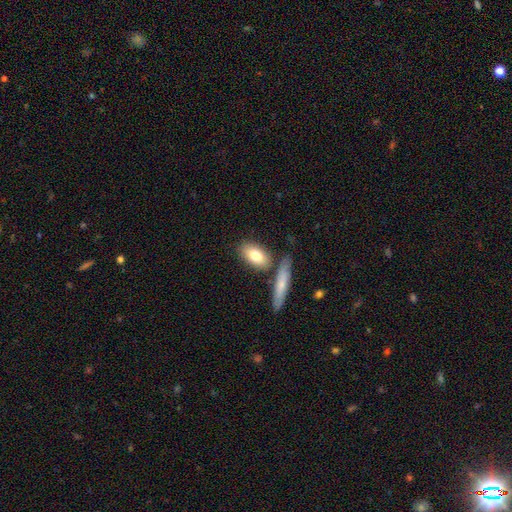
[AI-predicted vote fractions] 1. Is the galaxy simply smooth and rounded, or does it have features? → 76% smooth, 18% featured or disk, 6% star or artifact.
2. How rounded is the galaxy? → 84% in between, 11% cigar-shaped, 5% round.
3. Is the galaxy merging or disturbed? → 69% none, 14% merger, 13% minor disturbance, 3% major disturbance.